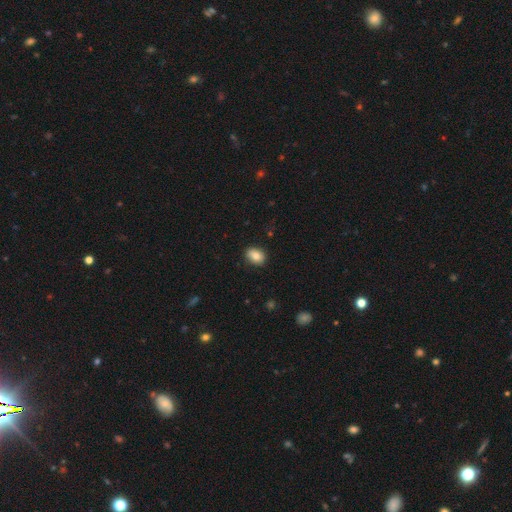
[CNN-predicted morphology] Q: Smooth or featured?
A: smooth (81%); runner-up: featured or disk (10%)
Q: How rounded?
A: in between (67%); runner-up: round (31%)
Q: Merging?
A: none (85%); runner-up: minor disturbance (12%)